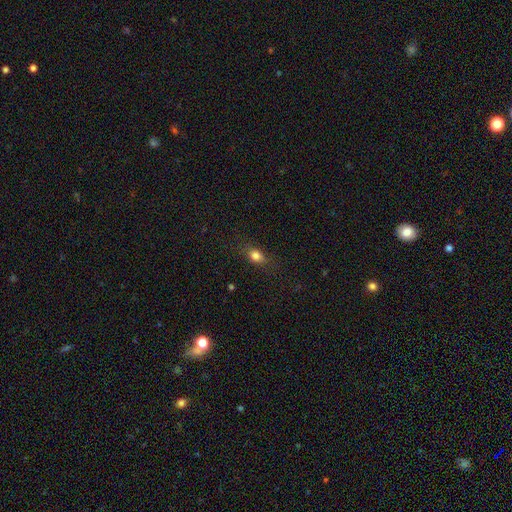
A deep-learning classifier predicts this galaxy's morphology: Smooth or featured?
  - smooth: 79% *
  - star or artifact: 11%
  - featured or disk: 9%
How rounded?
  - in between: 60% *
  - round: 34%
  - cigar-shaped: 5%
Merging?
  - none: 79% *
  - minor disturbance: 15%
  - major disturbance: 5%
  - merger: 1%